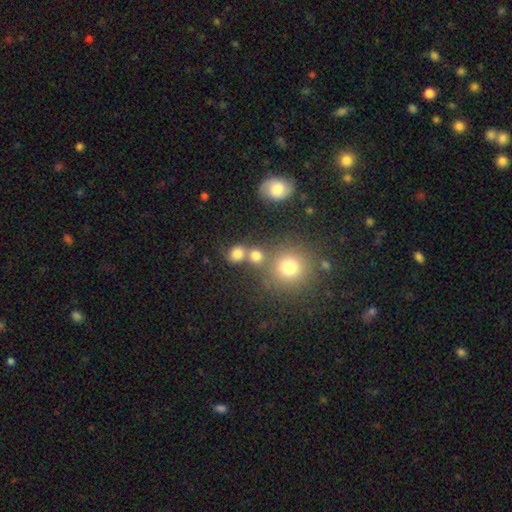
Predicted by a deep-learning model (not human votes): smooth 75%, star or artifact 16%, featured or disk 9%. Down the decision tree: how rounded — round (80%); merging — none (57%).